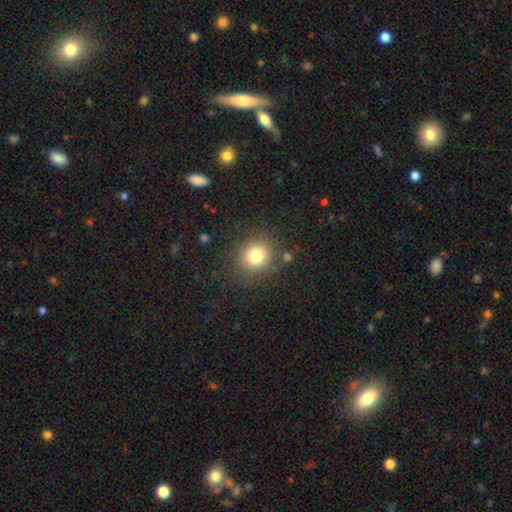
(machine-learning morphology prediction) Smooth or featured?
  - smooth: 79% *
  - star or artifact: 13%
  - featured or disk: 8%
How rounded?
  - round: 84% *
  - in between: 15%
  - cigar-shaped: 1%
Merging?
  - none: 83% *
  - minor disturbance: 10%
  - major disturbance: 5%
  - merger: 3%